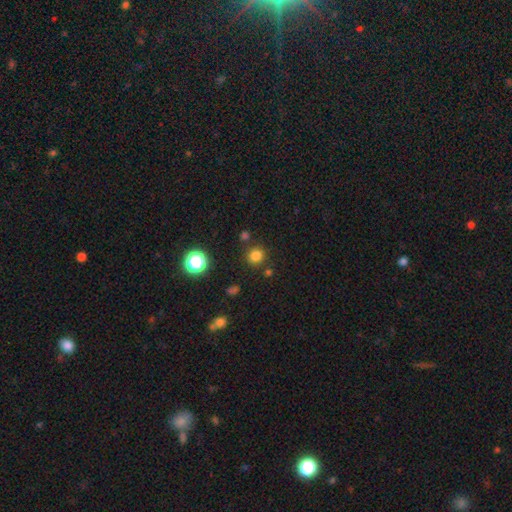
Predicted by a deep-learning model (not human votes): This is likely a smooth galaxy (79%). How rounded: clearly round (89%). Merging: clearly none (84%).